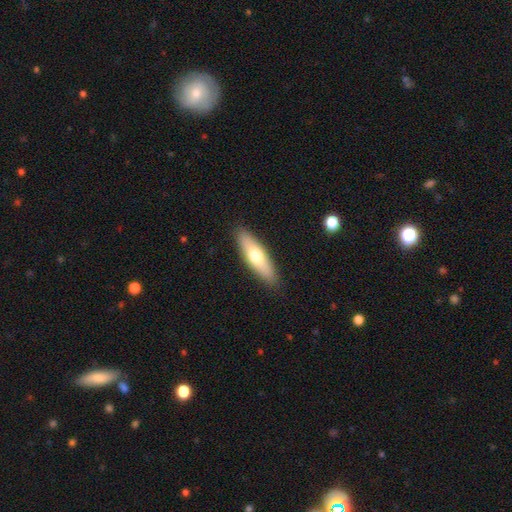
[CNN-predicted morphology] smooth_or_featured: smooth (p=0.65) [alt: featured or disk p=0.30]
how_rounded: cigar-shaped (p=0.55) [alt: in between p=0.43]
merging: none (p=0.88) [alt: minor disturbance p=0.09]